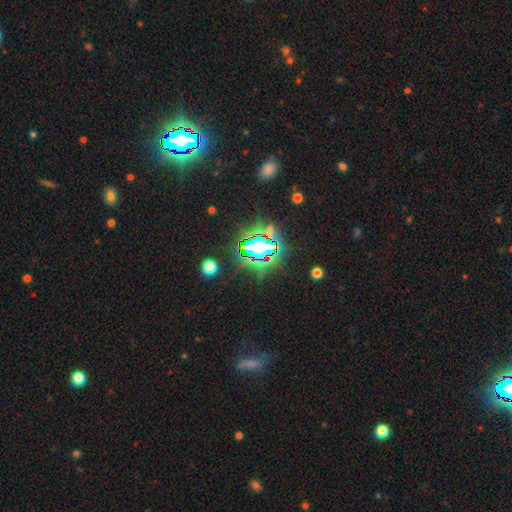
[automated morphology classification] star or artifact 73%, smooth 16%, featured or disk 11%.